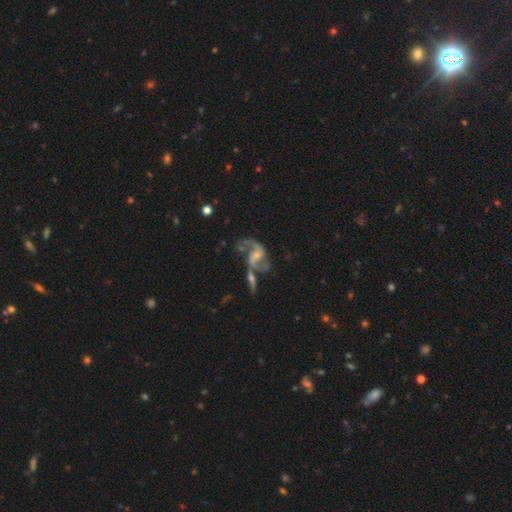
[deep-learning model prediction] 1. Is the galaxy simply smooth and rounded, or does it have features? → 83% featured or disk, 9% smooth, 8% star or artifact.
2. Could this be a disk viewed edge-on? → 97% no, 3% yes.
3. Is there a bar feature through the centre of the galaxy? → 47% no, 41% weak, 12% strong.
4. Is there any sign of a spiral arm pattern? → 92% yes, 8% no.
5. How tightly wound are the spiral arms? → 70% loose, 25% medium, 5% tight.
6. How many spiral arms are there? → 84% 2, 8% 1, 4% can't tell, 2% 3, 1% 4, 1% more than 4.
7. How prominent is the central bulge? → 56% small, 26% moderate, 15% none, 2% large, 1% dominant.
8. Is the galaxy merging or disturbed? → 34% none, 30% merger, 21% major disturbance, 15% minor disturbance.